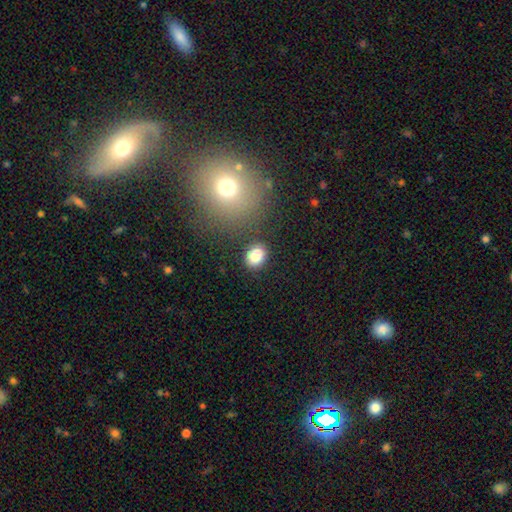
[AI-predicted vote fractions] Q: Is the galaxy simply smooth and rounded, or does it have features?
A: smooth — 82%.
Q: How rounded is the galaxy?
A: in between — 55%.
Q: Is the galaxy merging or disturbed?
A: none — 84%.